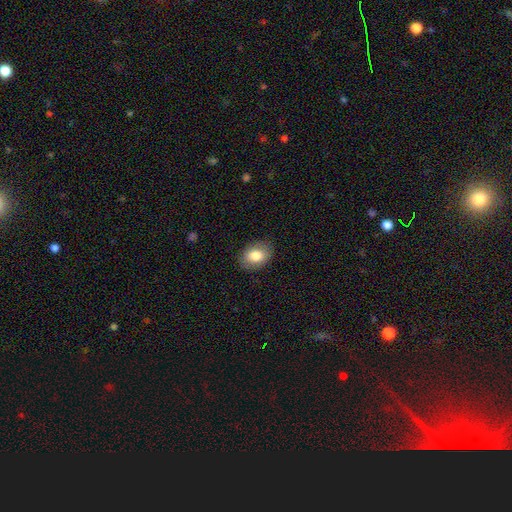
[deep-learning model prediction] Smooth or featured?
  - smooth: 81% *
  - featured or disk: 12%
  - star or artifact: 7%
How rounded?
  - in between: 77% *
  - round: 22%
  - cigar-shaped: 1%
Merging?
  - none: 85% *
  - minor disturbance: 11%
  - major disturbance: 3%
  - merger: 1%